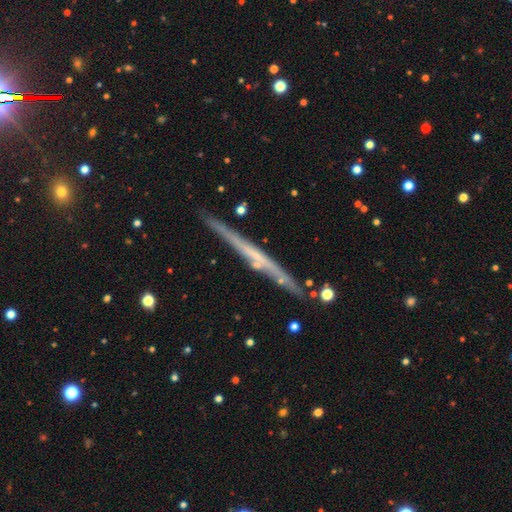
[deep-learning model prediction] Smooth or featured? Predicted: featured or disk (p=0.66). Edge-on disk? Predicted: yes (p=0.96). Edge-on bulge? Predicted: none (p=0.84). Merging? Predicted: none (p=0.84).